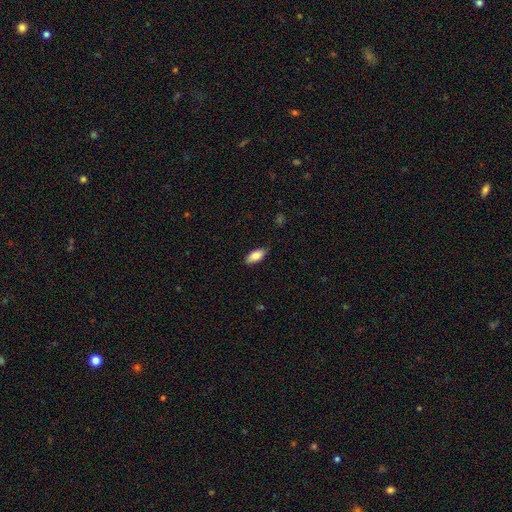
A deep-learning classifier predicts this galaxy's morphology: Overall: smooth (84%). How rounded: in between (86%). Merging: none (84%).